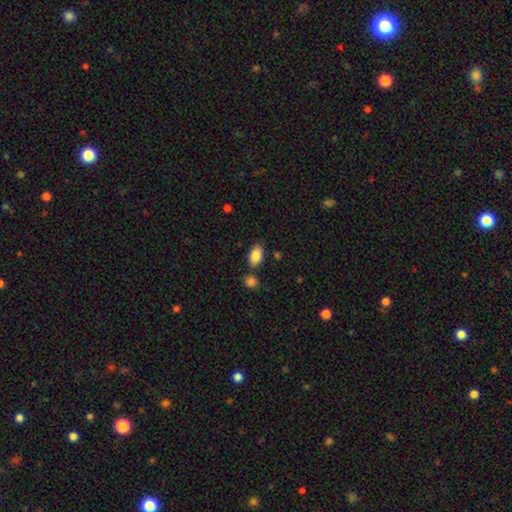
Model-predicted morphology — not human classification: A smooth galaxy with no disk features (86%) that is in between round and cigar-shaped (92%).

Vote fractions:
- Smooth or featured? smooth: 86% / star or artifact: 7% / featured or disk: 7%
- How rounded? in between: 92% / round: 6% / cigar-shaped: 2%
- Merging? none: 76% / minor disturbance: 12% / merger: 9% / major disturbance: 3%